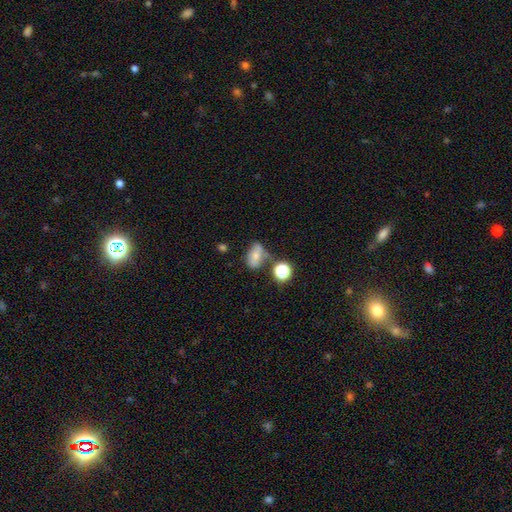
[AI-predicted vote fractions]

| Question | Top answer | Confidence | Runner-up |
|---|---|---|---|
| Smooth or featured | smooth | 64% | featured or disk (22%) |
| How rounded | in between | 79% | round (18%) |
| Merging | none | 50% | minor disturbance (25%) |